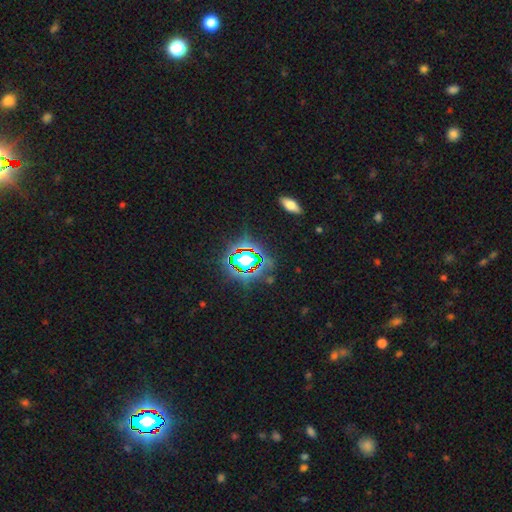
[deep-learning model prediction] This is likely a star or artifact rather than a galaxy (80%).